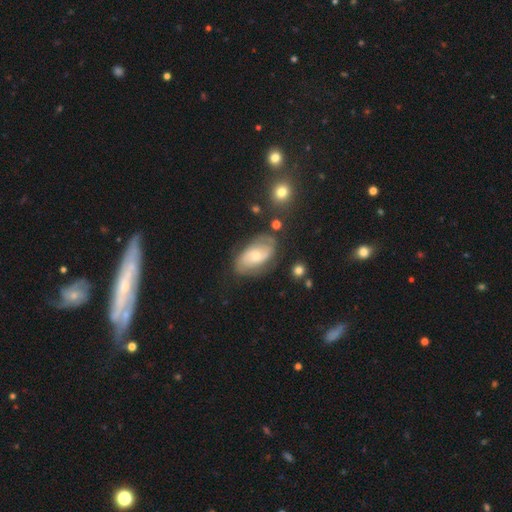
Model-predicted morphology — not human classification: The model was most divided on "spiral winding": tight: 41%, medium: 40%, loose: 19%. More confident: edge-on disk — no (95%); spiral arms — yes (83%); smooth or featured — featured or disk (68%); merging — none (67%); bar — no (66%); spiral arm count — 2 (64%); bulge size — small (51%).